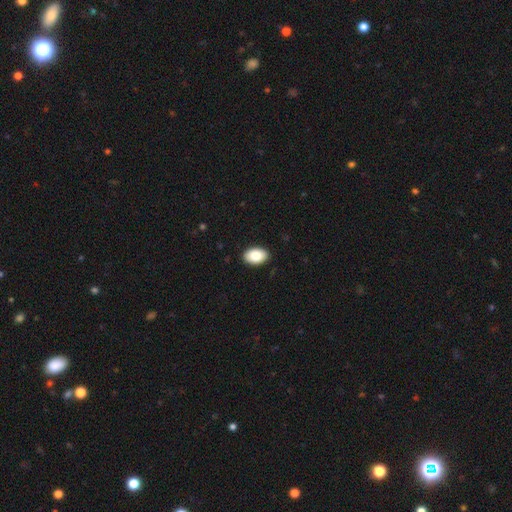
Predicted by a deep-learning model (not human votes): A smooth galaxy with no disk features (84%) that is in between round and cigar-shaped (91%). Merging: none (91%).